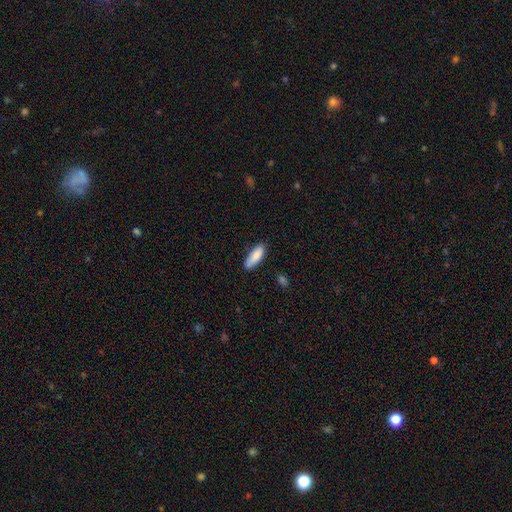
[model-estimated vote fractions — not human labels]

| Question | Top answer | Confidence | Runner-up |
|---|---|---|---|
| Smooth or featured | smooth | 86% | featured or disk (8%) |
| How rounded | in between | 63% | cigar-shaped (35%) |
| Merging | none | 78% | minor disturbance (17%) |